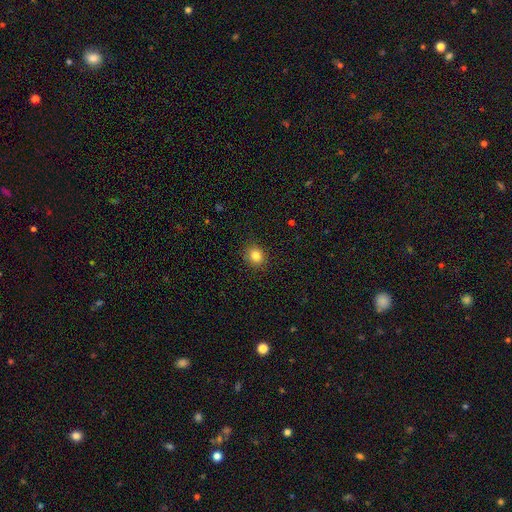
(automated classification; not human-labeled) Smooth or featured? Predicted: smooth (p=0.83). How rounded? Predicted: round (p=0.79). Merging? Predicted: none (p=0.90).